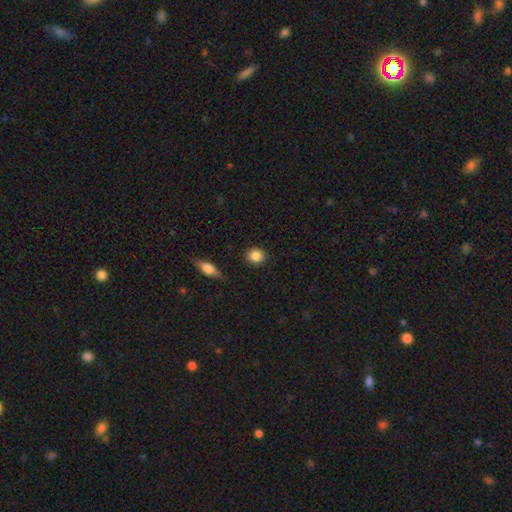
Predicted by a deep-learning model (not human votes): Smooth or featured? Predicted: smooth (p=0.86). How rounded? Predicted: round (p=0.85). Merging? Predicted: none (p=0.89).